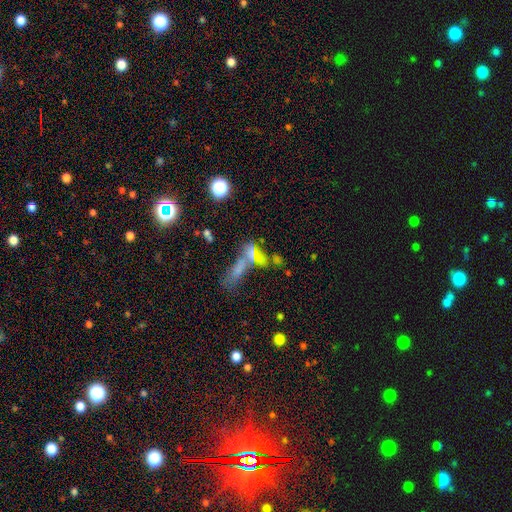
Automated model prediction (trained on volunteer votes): Smooth or featured: smooth — 56% (featured or disk — 23%)
How rounded: in between — 53% (cigar-shaped — 39%)
Merging: merger — 54% (none — 26%)